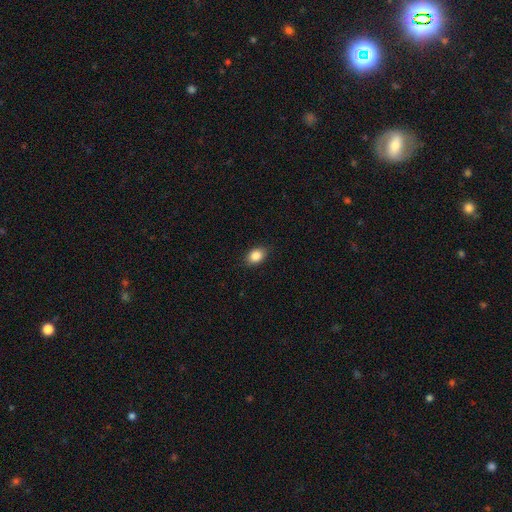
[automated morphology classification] Smooth or featured? smooth (86%)
How rounded? in between (75%)
Merging? none (87%)